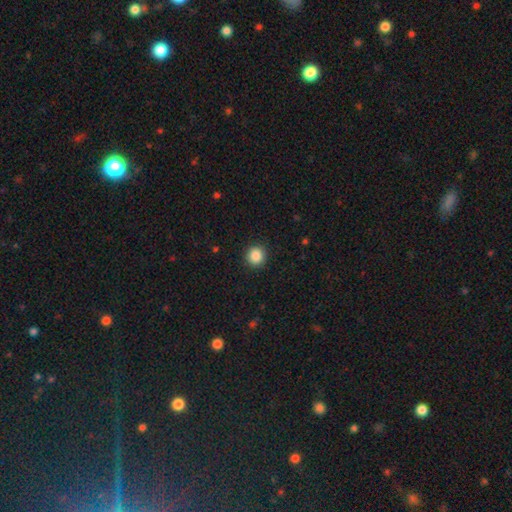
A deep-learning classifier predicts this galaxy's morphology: This is clearly a smooth galaxy (88%). How rounded: clearly round (93%). Merging: clearly none (92%).